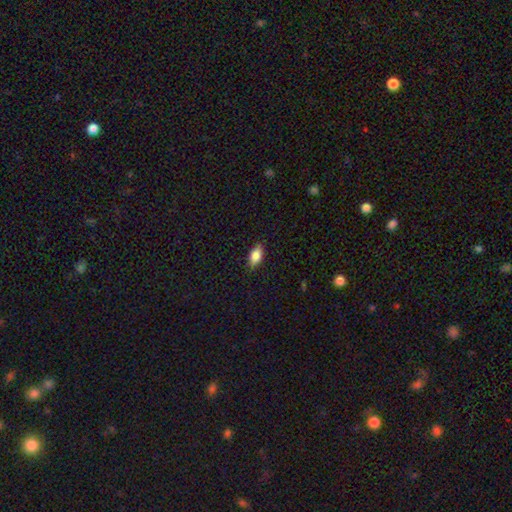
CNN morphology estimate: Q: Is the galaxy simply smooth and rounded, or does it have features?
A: smooth — 83%.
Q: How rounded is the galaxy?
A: in between — 88%.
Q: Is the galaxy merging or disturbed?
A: none — 85%.